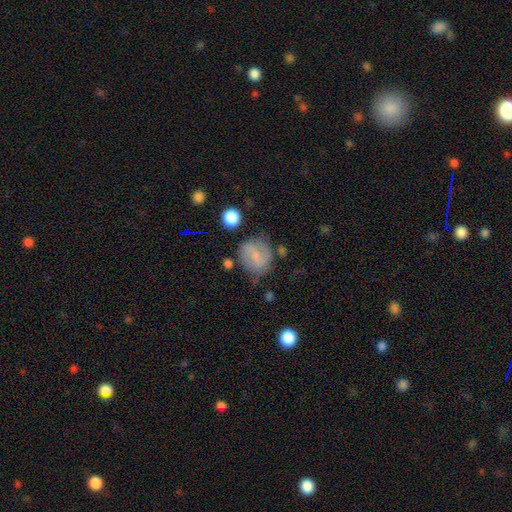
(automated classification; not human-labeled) Smooth or featured? smooth (59%)
How rounded? round (65%)
Merging? none (65%)